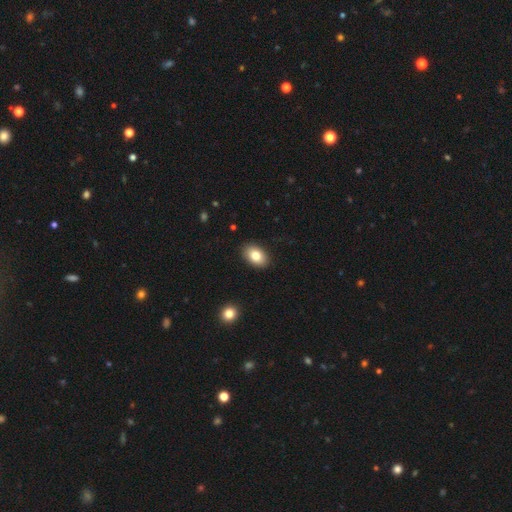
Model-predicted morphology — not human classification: type=smooth (82%); roundness=in between (89%); merging=none (89%).